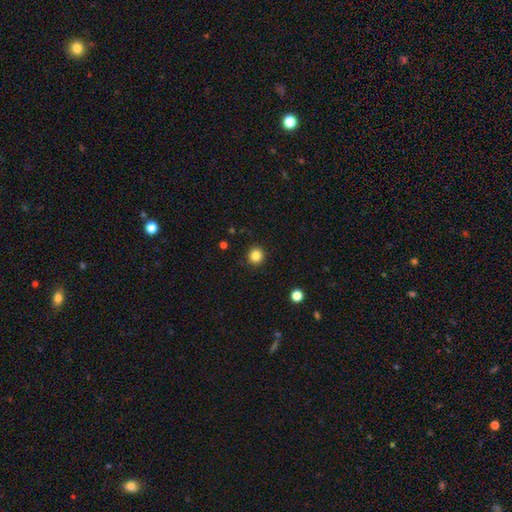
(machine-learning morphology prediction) Smooth or featured?
  - smooth: 84% *
  - star or artifact: 12%
  - featured or disk: 4%
How rounded?
  - round: 94% *
  - in between: 5%
  - cigar-shaped: 1%
Merging?
  - none: 92% *
  - minor disturbance: 5%
  - major disturbance: 2%
  - merger: 1%